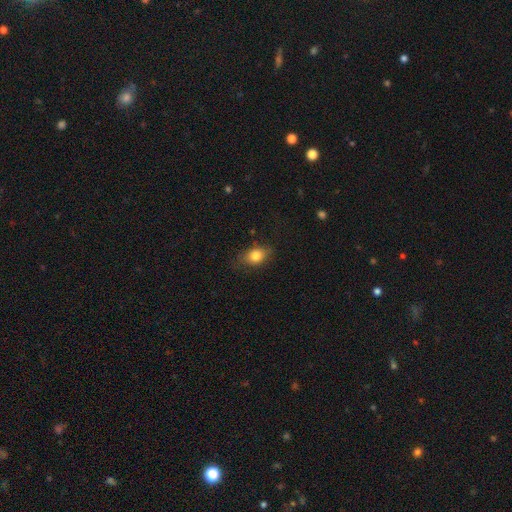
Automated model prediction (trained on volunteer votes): Smooth or featured?
  - smooth: 81% *
  - featured or disk: 10%
  - star or artifact: 9%
How rounded?
  - in between: 71% *
  - round: 27%
  - cigar-shaped: 3%
Merging?
  - none: 74% *
  - minor disturbance: 20%
  - major disturbance: 5%
  - merger: 1%